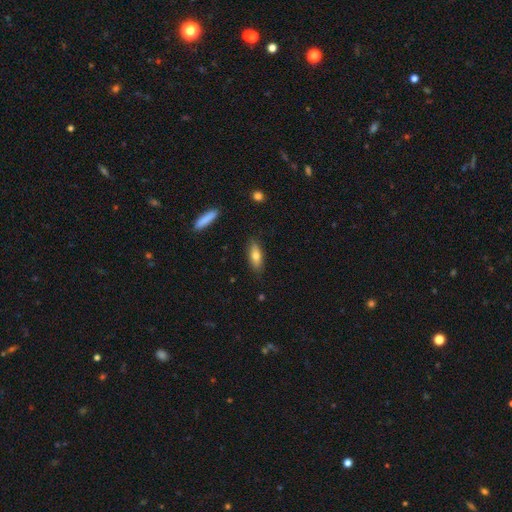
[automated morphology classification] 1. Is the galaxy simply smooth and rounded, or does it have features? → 71% smooth, 22% featured or disk, 7% star or artifact.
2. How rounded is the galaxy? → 62% in between, 35% cigar-shaped, 3% round.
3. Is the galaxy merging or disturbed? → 85% none, 11% minor disturbance, 2% major disturbance, 1% merger.